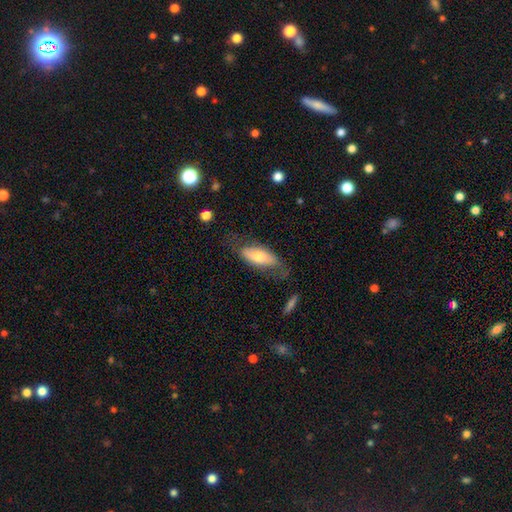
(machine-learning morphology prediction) A smooth galaxy with no disk features (58%) that is in between round and cigar-shaped (76%). Merging: none (59%).